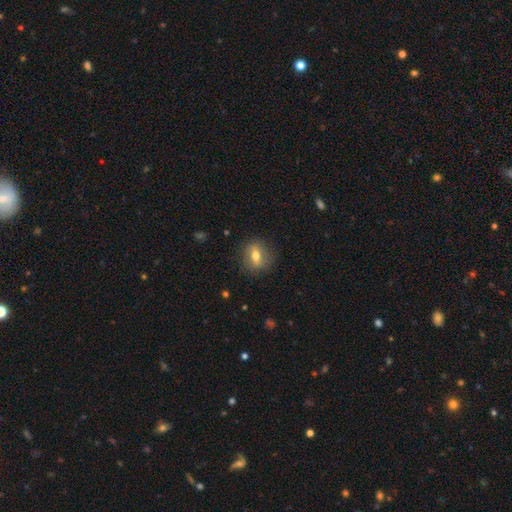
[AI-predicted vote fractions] A smooth galaxy with no disk features (61%) that is round (48%). Merging: none (83%).